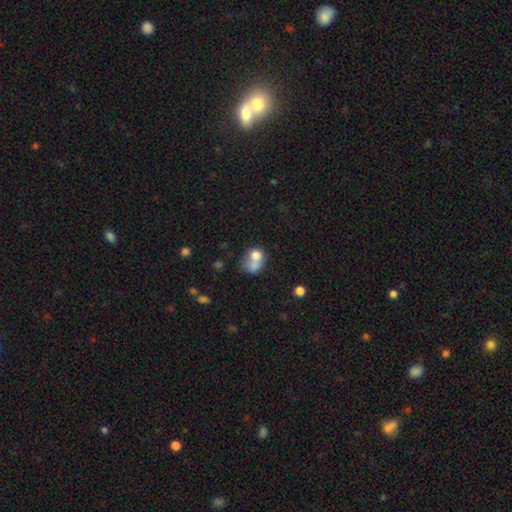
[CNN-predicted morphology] Smooth or featured?
  - smooth: 71% *
  - featured or disk: 18%
  - star or artifact: 11%
How rounded?
  - round: 55% *
  - in between: 44%
  - cigar-shaped: 1%
Merging?
  - merger: 53% *
  - none: 22%
  - minor disturbance: 12%
  - major disturbance: 12%